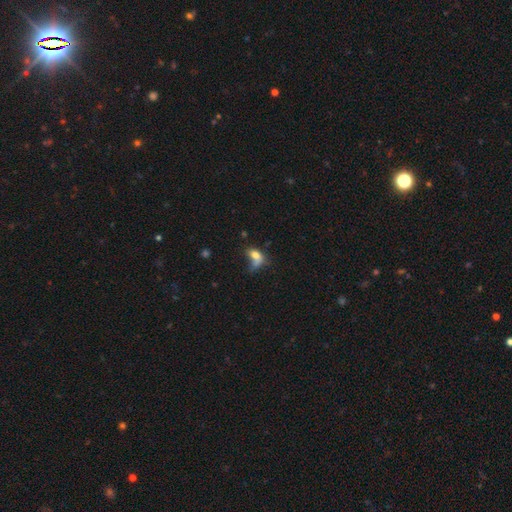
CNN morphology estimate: Smooth or featured?
  - smooth: 67% *
  - featured or disk: 22%
  - star or artifact: 11%
How rounded?
  - in between: 79% *
  - round: 16%
  - cigar-shaped: 5%
Merging?
  - major disturbance: 37% *
  - none: 24%
  - minor disturbance: 21%
  - merger: 18%